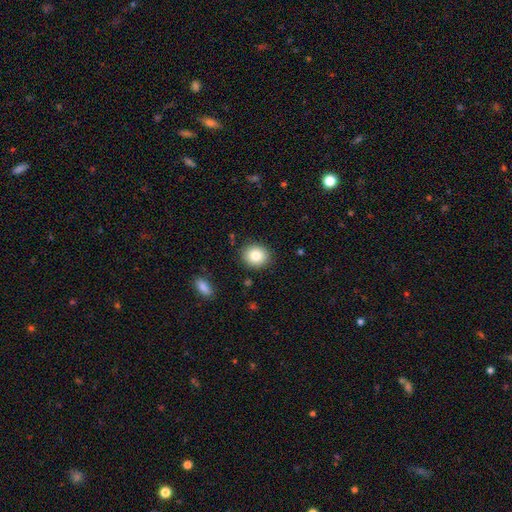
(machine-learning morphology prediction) Smooth or featured?
  - smooth: 83% *
  - star or artifact: 9%
  - featured or disk: 8%
How rounded?
  - round: 75% *
  - in between: 24%
  - cigar-shaped: 1%
Merging?
  - none: 88% *
  - minor disturbance: 8%
  - major disturbance: 2%
  - merger: 1%